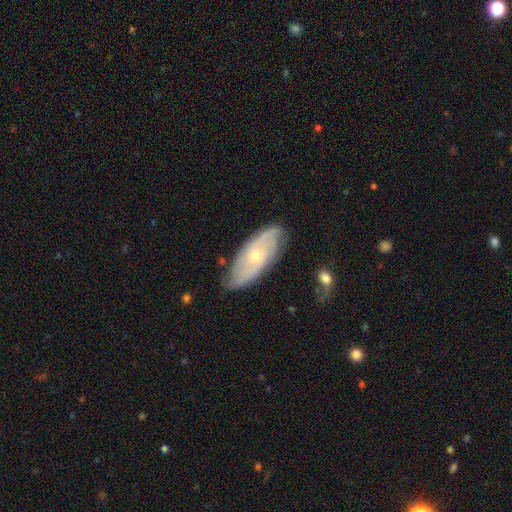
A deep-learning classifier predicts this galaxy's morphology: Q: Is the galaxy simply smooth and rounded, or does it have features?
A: featured or disk — 70%.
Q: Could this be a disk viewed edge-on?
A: no — 87%.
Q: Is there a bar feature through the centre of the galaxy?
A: no — 77%.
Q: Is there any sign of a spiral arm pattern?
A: yes — 86%.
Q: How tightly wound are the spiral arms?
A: tight — 48%.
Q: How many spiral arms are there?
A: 2 — 39%, tied with can't tell.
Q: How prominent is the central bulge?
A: small — 68%.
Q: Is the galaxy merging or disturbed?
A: none — 76%.